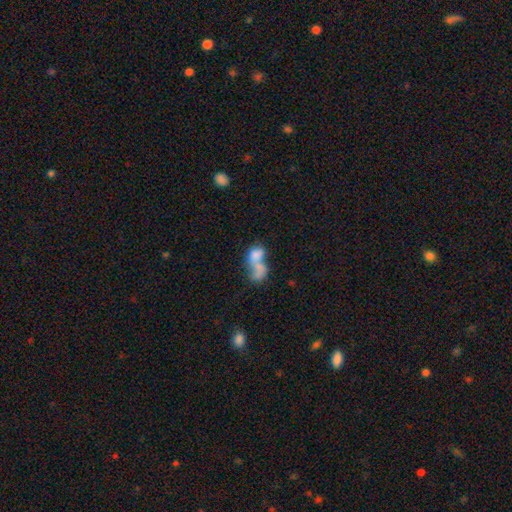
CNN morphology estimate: A smooth galaxy with no disk features (64%) that is in between round and cigar-shaped (77%).

Vote fractions:
- Smooth or featured? smooth: 64% / featured or disk: 26% / star or artifact: 10%
- How rounded? in between: 77% / round: 19% / cigar-shaped: 3%
- Merging? merger: 73% / none: 11% / major disturbance: 10% / minor disturbance: 6%